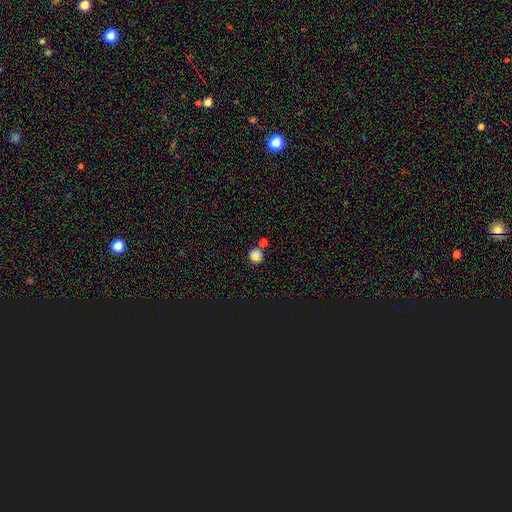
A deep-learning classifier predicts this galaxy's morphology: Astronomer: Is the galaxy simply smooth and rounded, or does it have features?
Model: smooth — 64%.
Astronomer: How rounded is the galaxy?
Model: round — 89%.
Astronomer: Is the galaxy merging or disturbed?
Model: none — 72%.